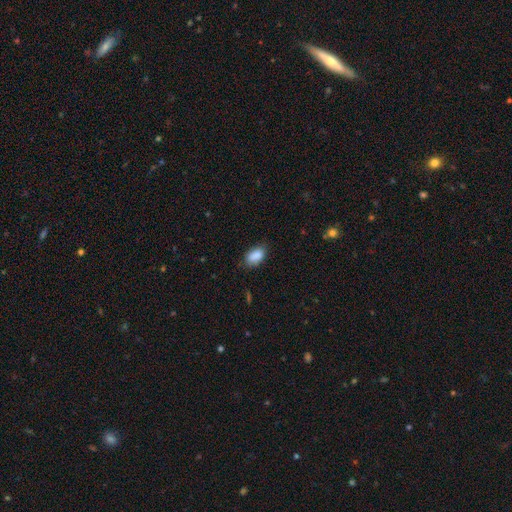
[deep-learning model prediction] Morphology: type=smooth (87%); roundness=in between (91%); merging=none (74%).